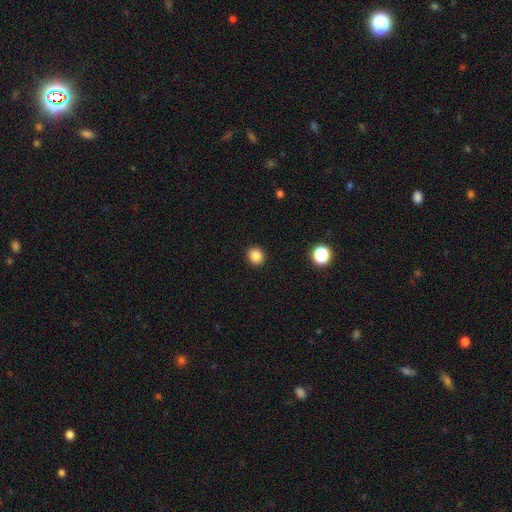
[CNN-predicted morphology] This appears to be a smooth galaxy with no disk features (85%) that is round (78%). Merging: none (92%).